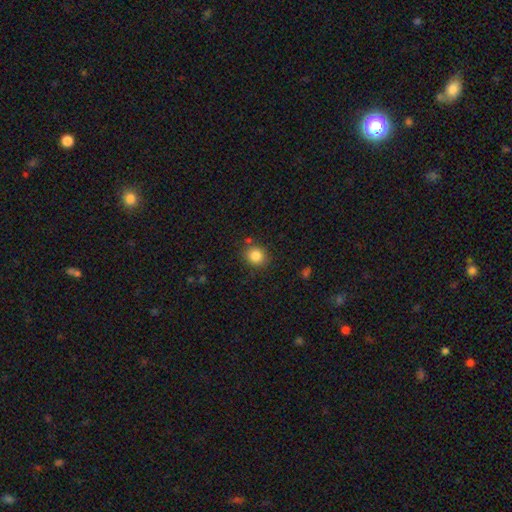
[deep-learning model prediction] Smooth or featured: smooth — 84% (star or artifact — 10%)
How rounded: round — 77% (in between — 22%)
Merging: none — 82% (minor disturbance — 11%)